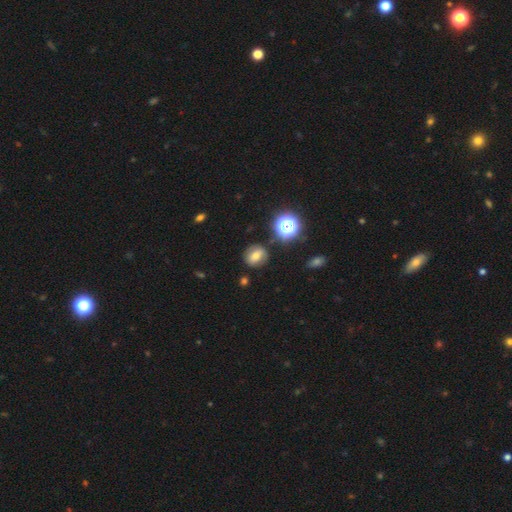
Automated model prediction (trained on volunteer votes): Q: Smooth or featured?
A: smooth (61%); runner-up: featured or disk (23%)
Q: How rounded?
A: round (69%); runner-up: in between (30%)
Q: Merging?
A: none (82%); runner-up: minor disturbance (11%)